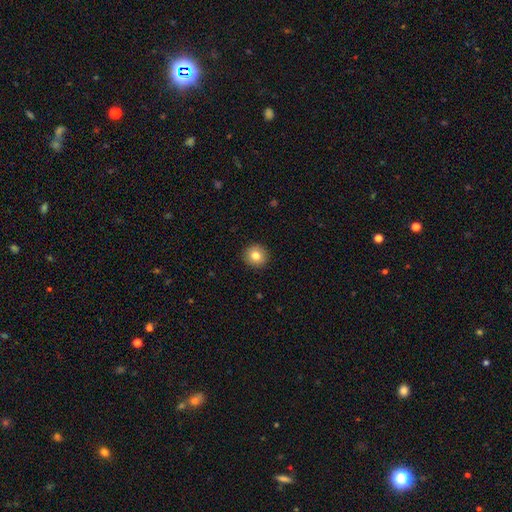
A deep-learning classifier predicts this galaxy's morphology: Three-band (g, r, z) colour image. It shows a smooth galaxy with no disk features (82%) that is round (93%). Merging: none (92%).